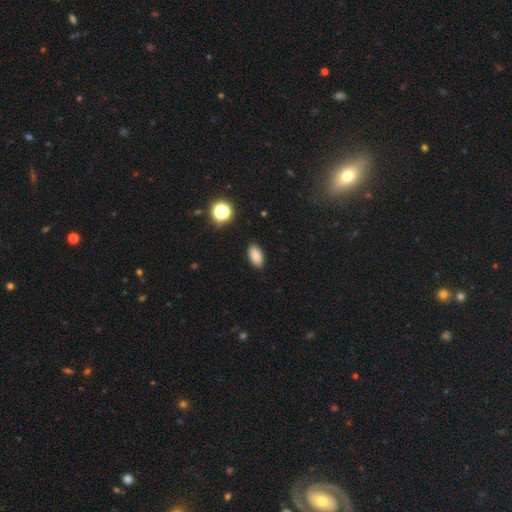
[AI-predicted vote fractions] Overall: smooth (85%). How rounded: in between (92%). Merging: none (89%).